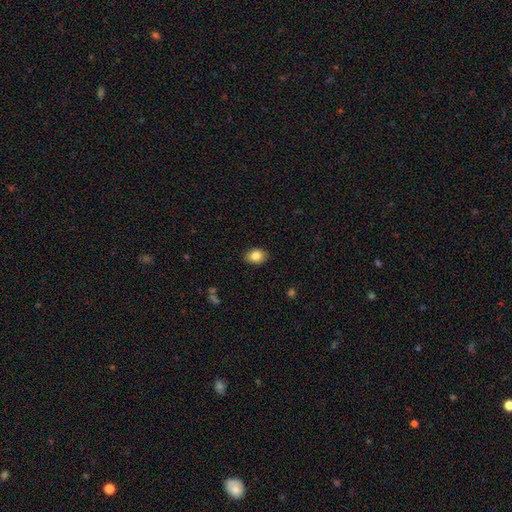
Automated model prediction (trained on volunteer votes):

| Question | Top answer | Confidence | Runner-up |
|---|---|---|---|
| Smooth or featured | smooth | 85% | star or artifact (8%) |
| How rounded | in between | 70% | round (29%) |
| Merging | none | 89% | minor disturbance (8%) |